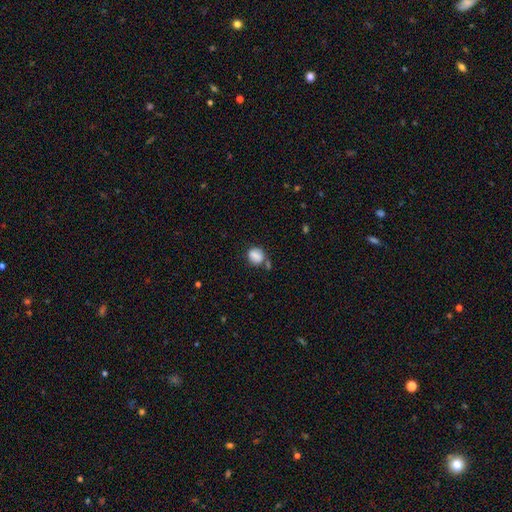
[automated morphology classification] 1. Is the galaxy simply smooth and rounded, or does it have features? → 82% smooth, 9% star or artifact, 8% featured or disk.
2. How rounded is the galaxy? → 63% round, 35% in between, 1% cigar-shaped.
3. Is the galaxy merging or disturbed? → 57% none, 21% minor disturbance, 16% merger, 7% major disturbance.